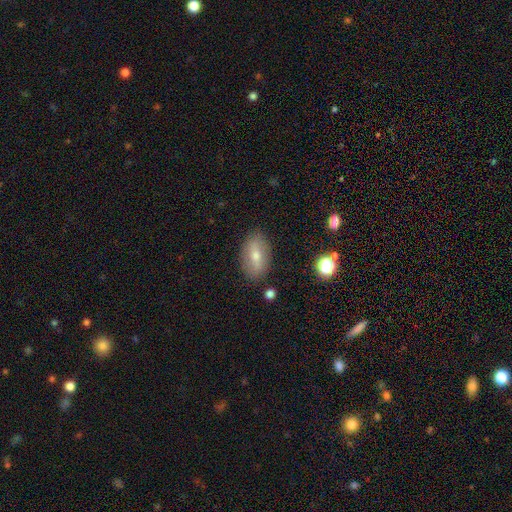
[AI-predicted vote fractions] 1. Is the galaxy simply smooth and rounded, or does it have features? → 58% smooth, 33% featured or disk, 9% star or artifact.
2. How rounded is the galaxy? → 87% in between, 7% round, 6% cigar-shaped.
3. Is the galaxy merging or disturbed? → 84% none, 11% minor disturbance, 3% major disturbance, 2% merger.